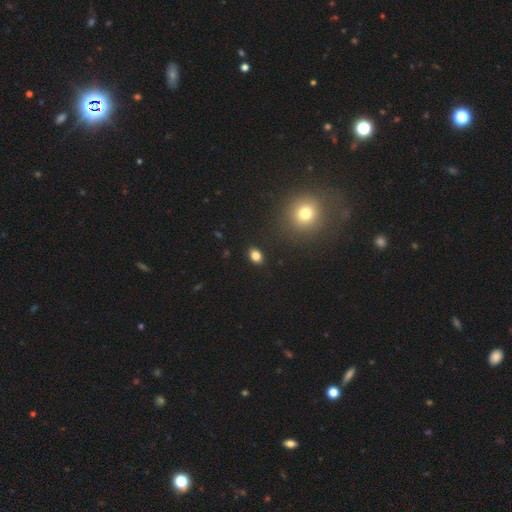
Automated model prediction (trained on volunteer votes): Smooth or featured? Predicted: smooth (p=0.82). How rounded? Predicted: in between (p=0.79). Merging? Predicted: none (p=0.88).